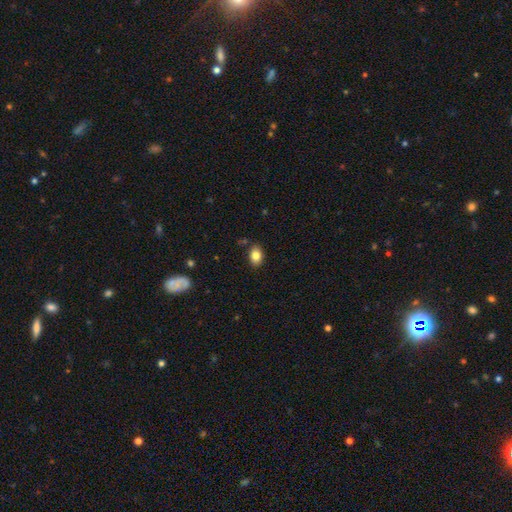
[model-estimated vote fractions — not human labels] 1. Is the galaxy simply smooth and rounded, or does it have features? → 84% smooth, 9% star or artifact, 7% featured or disk.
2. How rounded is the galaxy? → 80% in between, 19% round, 1% cigar-shaped.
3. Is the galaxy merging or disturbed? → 85% none, 10% minor disturbance, 2% major disturbance, 2% merger.